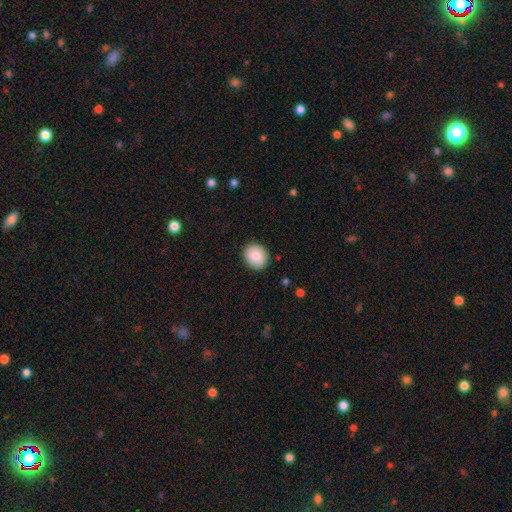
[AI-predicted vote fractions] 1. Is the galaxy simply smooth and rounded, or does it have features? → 87% smooth, 7% star or artifact, 6% featured or disk.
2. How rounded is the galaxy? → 73% round, 26% in between, 1% cigar-shaped.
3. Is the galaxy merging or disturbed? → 88% none, 9% minor disturbance, 2% major disturbance, 1% merger.